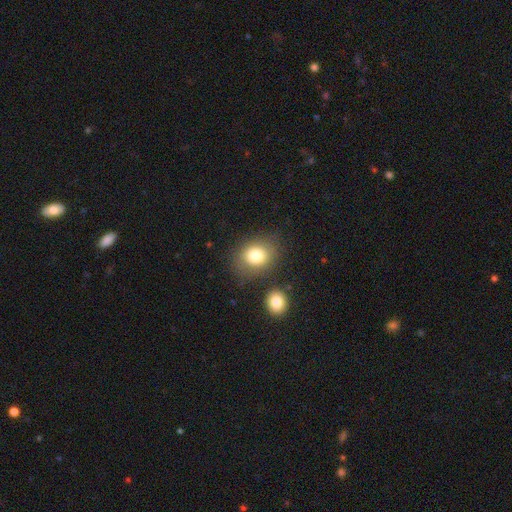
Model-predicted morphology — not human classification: Overall: smooth (80%). How rounded: round (53%; in between 46%). Merging: none (73%).